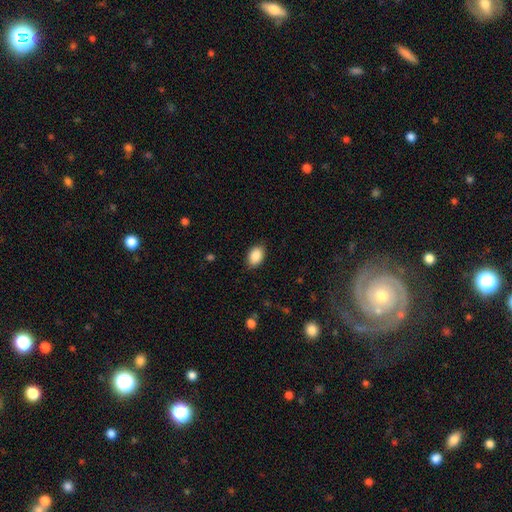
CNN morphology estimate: This appears to be a smooth galaxy with no disk features (89%) that is in between round and cigar-shaped (86%). Merging: none (85%).